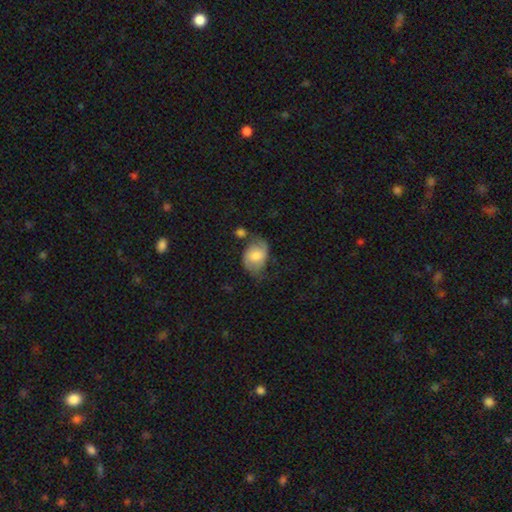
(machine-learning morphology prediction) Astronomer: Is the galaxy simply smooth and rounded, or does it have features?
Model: smooth — 52% (runner-up: featured or disk, 41%).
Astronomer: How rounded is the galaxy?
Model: in between — 74%.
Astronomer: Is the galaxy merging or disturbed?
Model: none — 47% (runner-up: minor disturbance, 31%).